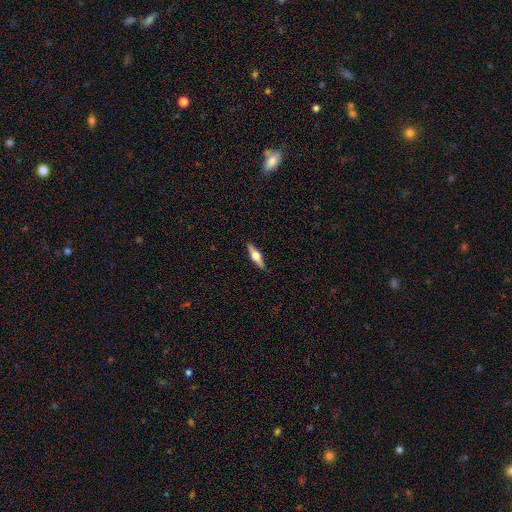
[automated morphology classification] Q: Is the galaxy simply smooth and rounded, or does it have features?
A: featured or disk — 59%.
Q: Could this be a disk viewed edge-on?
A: yes — 96%.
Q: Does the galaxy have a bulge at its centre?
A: rounded — 95%.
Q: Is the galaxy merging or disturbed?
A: none — 90%.